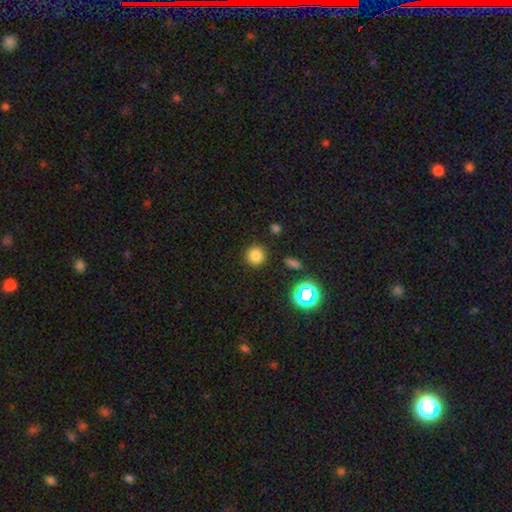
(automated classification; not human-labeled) A smooth galaxy with no disk features (80%) that is round (94%).

Vote fractions:
- Smooth or featured? smooth: 80% / star or artifact: 15% / featured or disk: 5%
- How rounded? round: 94% / in between: 5% / cigar-shaped: 1%
- Merging? none: 89% / minor disturbance: 6% / major disturbance: 3% / merger: 2%